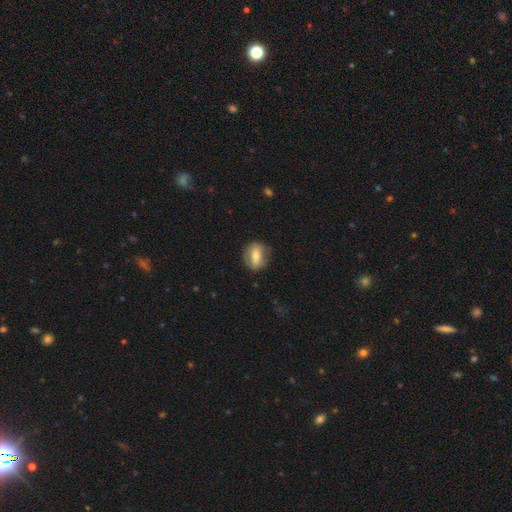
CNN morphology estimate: Q: Smooth or featured?
A: smooth (59%); runner-up: featured or disk (33%)
Q: How rounded?
A: in between (51%); runner-up: round (46%)
Q: Merging?
A: none (77%); runner-up: minor disturbance (16%)